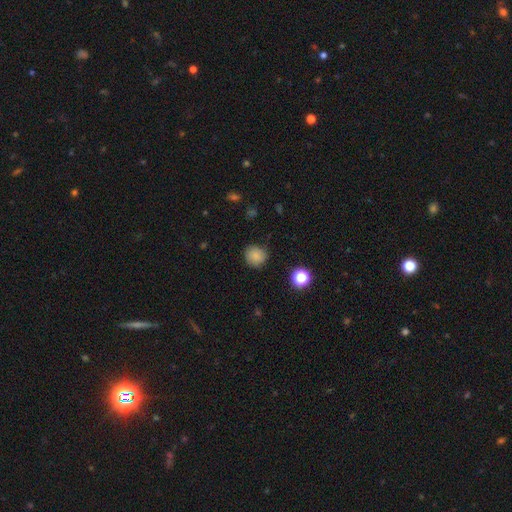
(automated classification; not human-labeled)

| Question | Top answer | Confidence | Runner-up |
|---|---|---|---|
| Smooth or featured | smooth | 83% | star or artifact (12%) |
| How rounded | round | 87% | in between (12%) |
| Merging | none | 83% | minor disturbance (13%) |